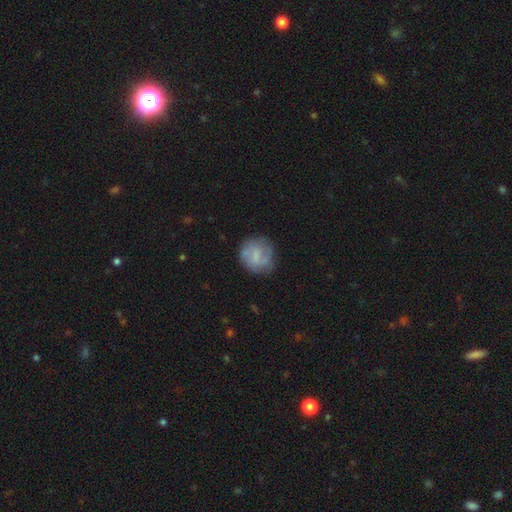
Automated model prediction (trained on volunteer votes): A smooth galaxy with no disk features (58%) that is round (83%). Merging: none (68%).